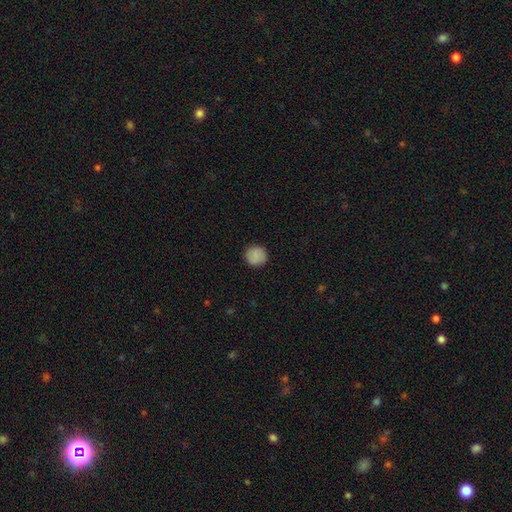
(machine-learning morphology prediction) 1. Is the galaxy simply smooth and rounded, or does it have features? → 87% smooth, 8% star or artifact, 5% featured or disk.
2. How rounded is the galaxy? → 93% round, 6% in between, 1% cigar-shaped.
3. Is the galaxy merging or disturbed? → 90% none, 7% minor disturbance, 2% major disturbance, 1% merger.